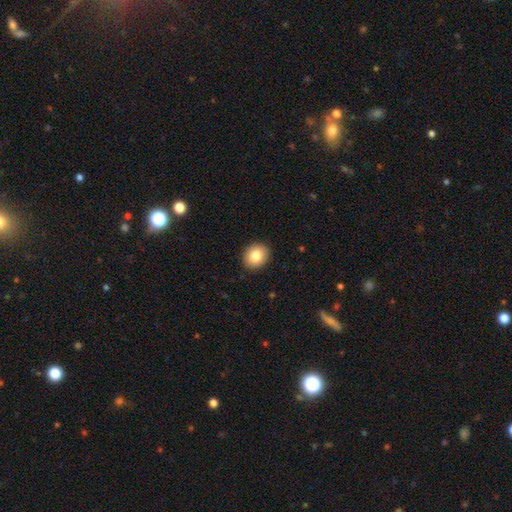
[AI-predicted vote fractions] This is clearly a smooth galaxy (83%). How rounded: likely round (69%). Merging: clearly none (91%).